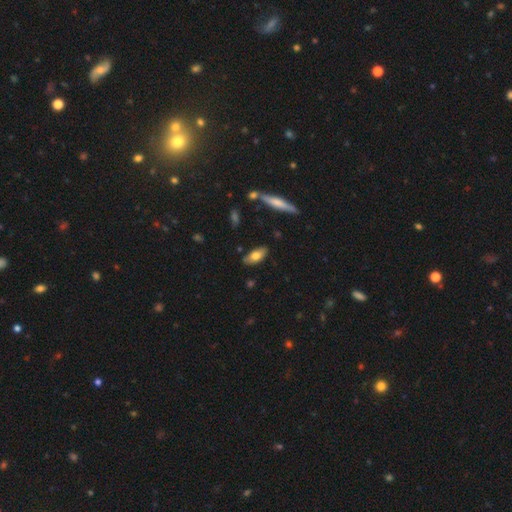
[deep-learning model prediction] A smooth galaxy with no disk features (72%) that is in between round and cigar-shaped (82%).

Vote fractions:
- Smooth or featured? smooth: 72% / featured or disk: 22% / star or artifact: 7%
- How rounded? in between: 82% / cigar-shaped: 16% / round: 3%
- Merging? none: 81% / minor disturbance: 14% / merger: 3% / major disturbance: 2%